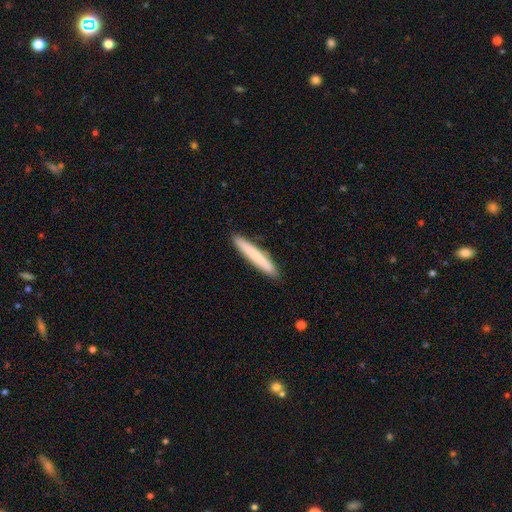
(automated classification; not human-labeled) A smooth galaxy with no disk features (77%) that is cigar-shaped (96%). Merging: none (91%).